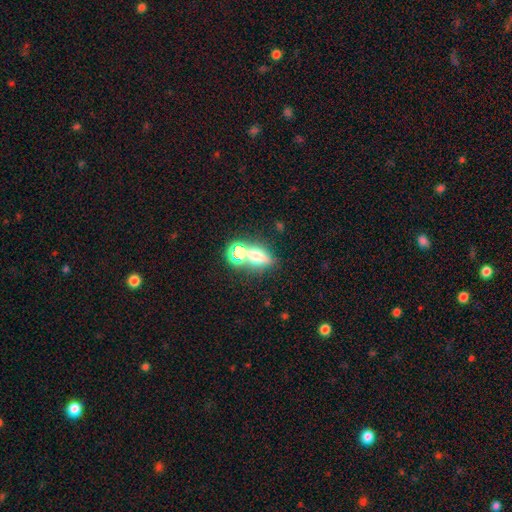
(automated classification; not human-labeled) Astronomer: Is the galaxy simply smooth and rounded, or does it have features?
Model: smooth — 55%.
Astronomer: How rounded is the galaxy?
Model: in between — 61%.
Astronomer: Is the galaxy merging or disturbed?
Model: none — 46% (runner-up: merger, 36%).